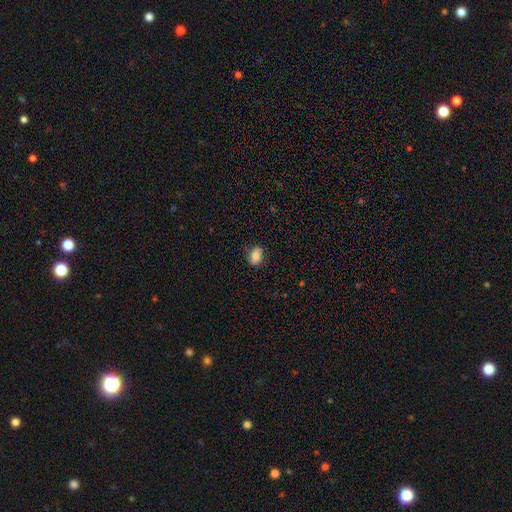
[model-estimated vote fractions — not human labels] smooth 78%, featured or disk 13%, star or artifact 9%. Down the decision tree: how rounded — in between (69%); merging — none (84%).